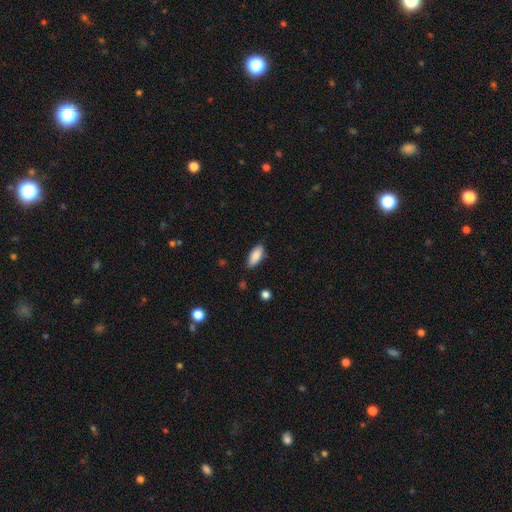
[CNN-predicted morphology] smooth-or-featured: smooth: 87% | star or artifact: 6% | featured or disk: 6%
  how-rounded: in between: 83% | cigar-shaped: 15% | round: 2%
  merging: none: 82% | minor disturbance: 14% | major disturbance: 2% | merger: 1%